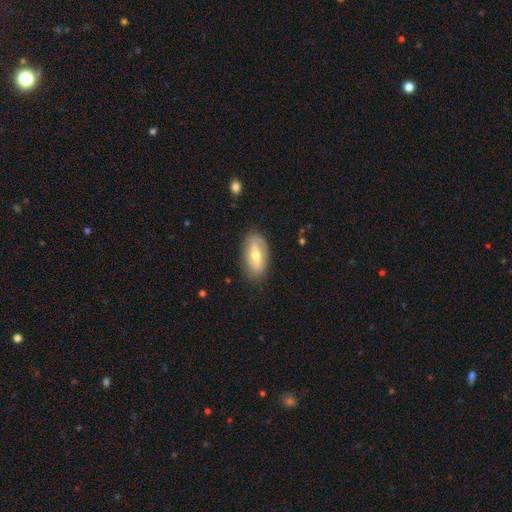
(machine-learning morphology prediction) type=featured or disk (49%); merging=none (81%).